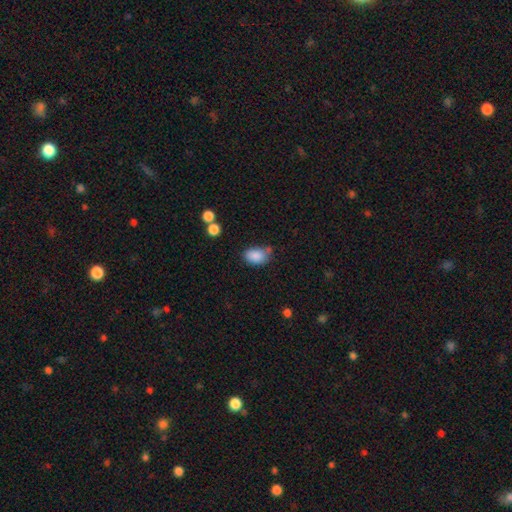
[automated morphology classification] A smooth galaxy with no disk features (86%) that is in between round and cigar-shaped (84%).

Vote fractions:
- Smooth or featured? smooth: 86% / star or artifact: 9% / featured or disk: 5%
- How rounded? in between: 84% / round: 15% / cigar-shaped: 1%
- Merging? none: 59% / minor disturbance: 26% / merger: 9% / major disturbance: 6%